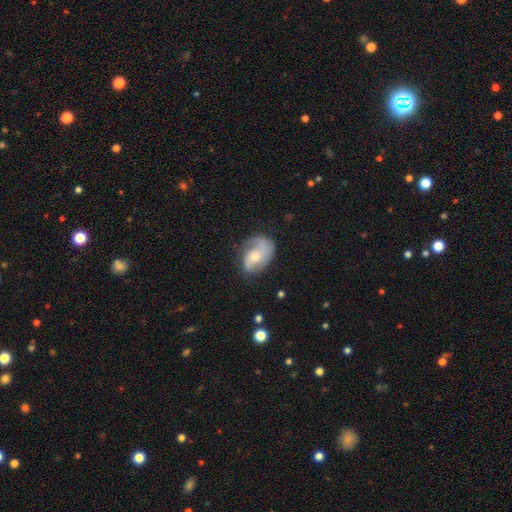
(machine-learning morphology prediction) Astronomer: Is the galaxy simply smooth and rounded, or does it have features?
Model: featured or disk — 76%.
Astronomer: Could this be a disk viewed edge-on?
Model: no — 97%.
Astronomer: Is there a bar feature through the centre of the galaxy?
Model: no — 62%.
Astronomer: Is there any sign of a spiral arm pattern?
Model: yes — 93%.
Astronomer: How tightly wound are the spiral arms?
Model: medium — 45% (runner-up: loose, 30%).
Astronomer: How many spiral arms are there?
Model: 2 — 71%.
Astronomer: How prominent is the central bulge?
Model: moderate — 47% (runner-up: small, 44%).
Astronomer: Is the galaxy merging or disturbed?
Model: none — 61%.